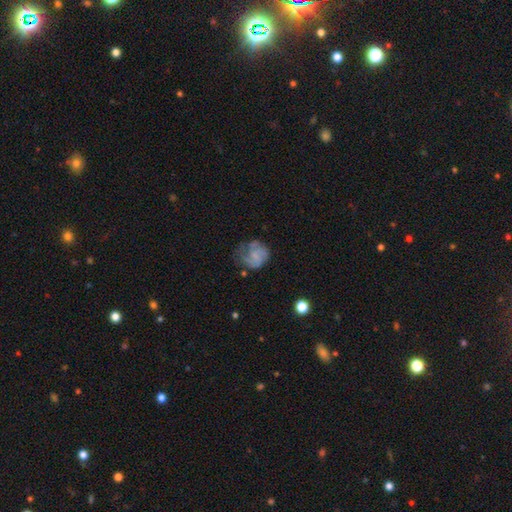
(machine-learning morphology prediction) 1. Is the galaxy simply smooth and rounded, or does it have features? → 55% featured or disk, 36% smooth, 9% star or artifact.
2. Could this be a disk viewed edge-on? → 98% no, 2% yes.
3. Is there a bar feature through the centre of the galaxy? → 71% no, 25% weak, 4% strong.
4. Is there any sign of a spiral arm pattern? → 78% yes, 22% no.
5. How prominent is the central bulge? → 53% none, 30% small, 13% moderate, 3% large, 1% dominant.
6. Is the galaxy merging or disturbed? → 48% none, 26% minor disturbance, 23% major disturbance, 2% merger.